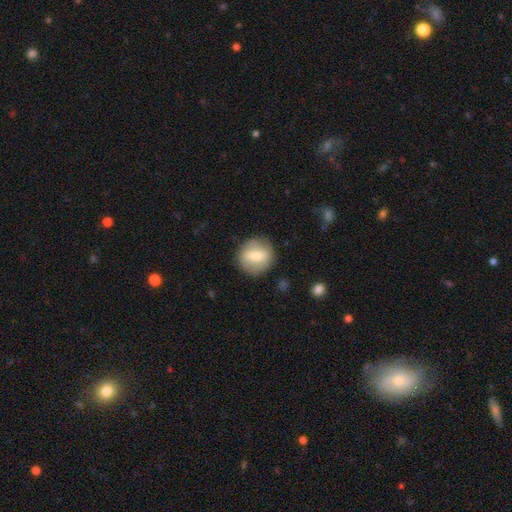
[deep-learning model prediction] Overall: smooth (55%; featured or disk 38%). How rounded: round (88%). Merging: none (83%).